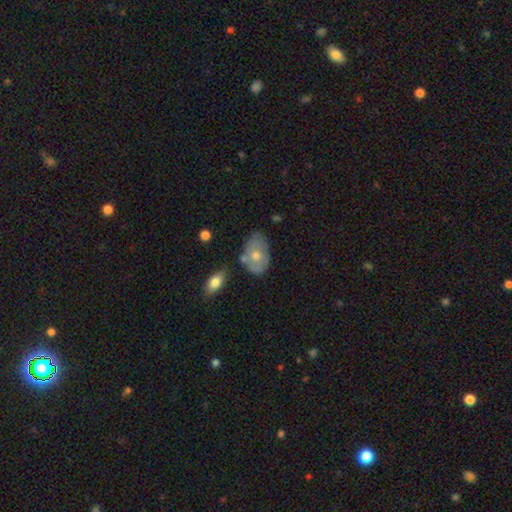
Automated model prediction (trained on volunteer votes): smooth-or-featured: smooth: 52% | featured or disk: 40% | star or artifact: 8%
  how-rounded: in between: 84% | round: 14% | cigar-shaped: 1%
  merging: none: 59% | minor disturbance: 25% | merger: 10% | major disturbance: 6%